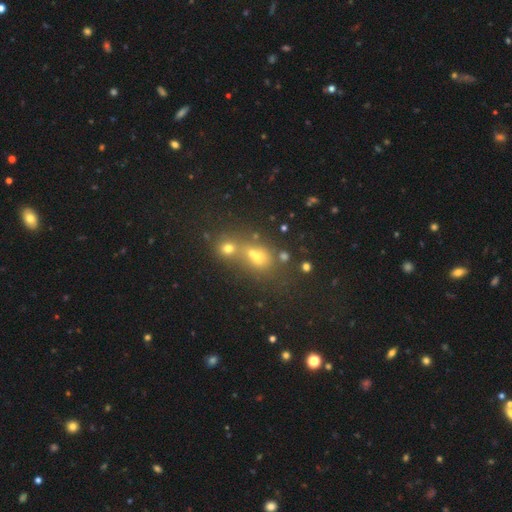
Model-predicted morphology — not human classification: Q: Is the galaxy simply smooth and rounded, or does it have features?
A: smooth — 51%.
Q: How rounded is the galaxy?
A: round — 48%.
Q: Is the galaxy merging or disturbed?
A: merger — 53%.